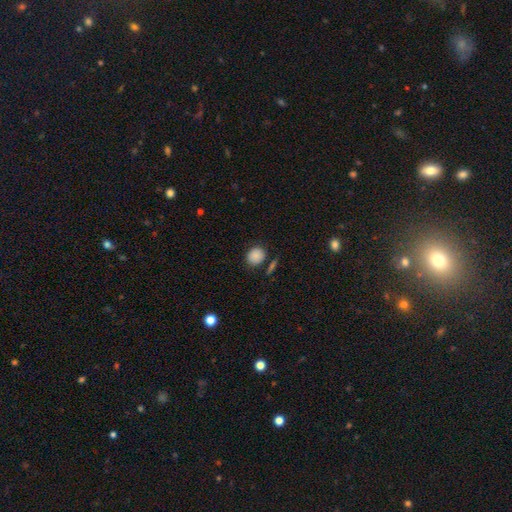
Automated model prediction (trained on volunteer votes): smooth-or-featured: smooth: 87% | star or artifact: 9% | featured or disk: 4%
  how-rounded: round: 68% | in between: 31% | cigar-shaped: 1%
  merging: none: 79% | minor disturbance: 11% | merger: 6% | major disturbance: 4%